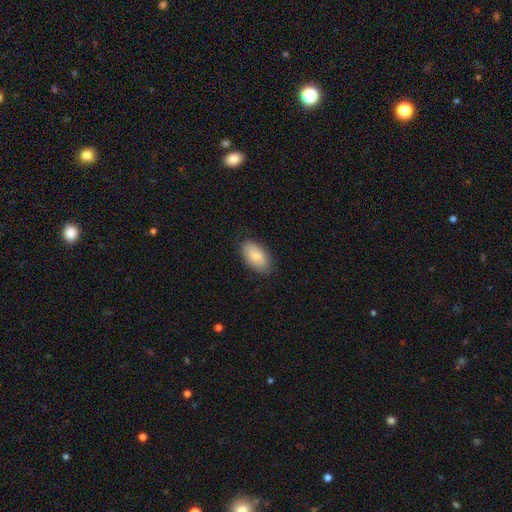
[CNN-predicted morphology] Overall: smooth (81%). How rounded: in between (94%). Merging: none (85%).